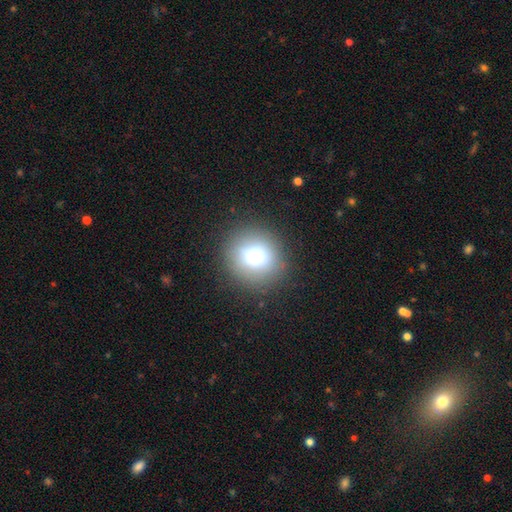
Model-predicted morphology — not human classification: Overall: smooth (73%). How rounded: round (91%). Merging: none (88%).